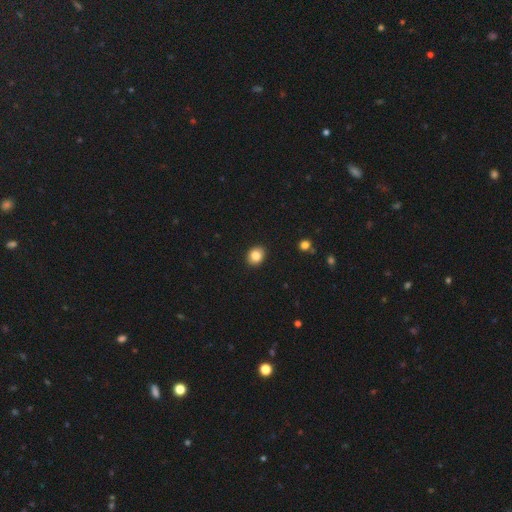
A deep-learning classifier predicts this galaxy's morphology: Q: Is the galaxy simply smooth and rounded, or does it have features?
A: smooth — 83%.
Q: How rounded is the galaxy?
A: round — 56%.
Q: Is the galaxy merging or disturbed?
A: none — 91%.